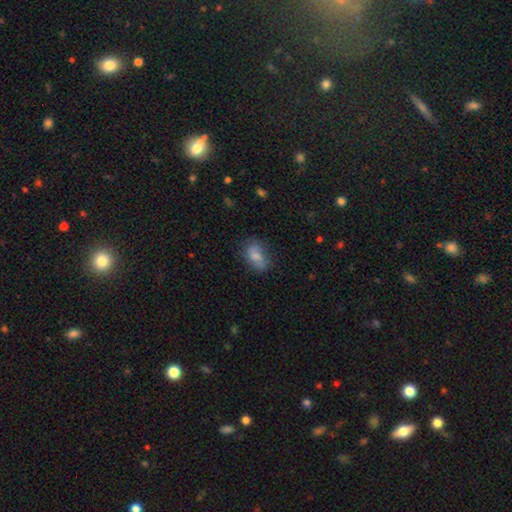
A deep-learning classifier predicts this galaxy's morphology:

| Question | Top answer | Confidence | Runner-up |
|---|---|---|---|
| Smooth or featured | smooth | 72% | featured or disk (20%) |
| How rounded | in between | 87% | round (10%) |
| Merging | none | 65% | minor disturbance (24%) |